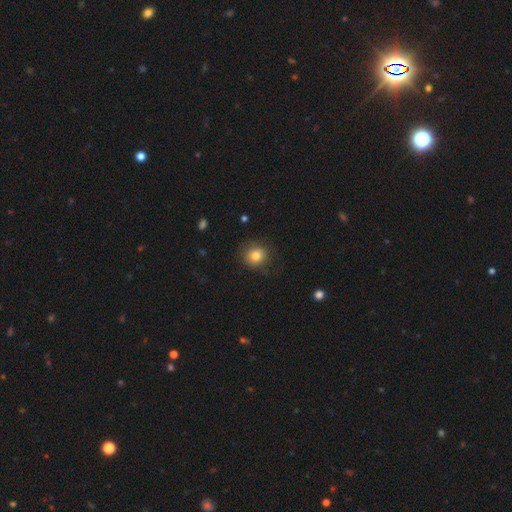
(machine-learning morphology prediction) Smooth or featured? Predicted: smooth (p=0.82). How rounded? Predicted: round (p=0.83). Merging? Predicted: none (p=0.82).